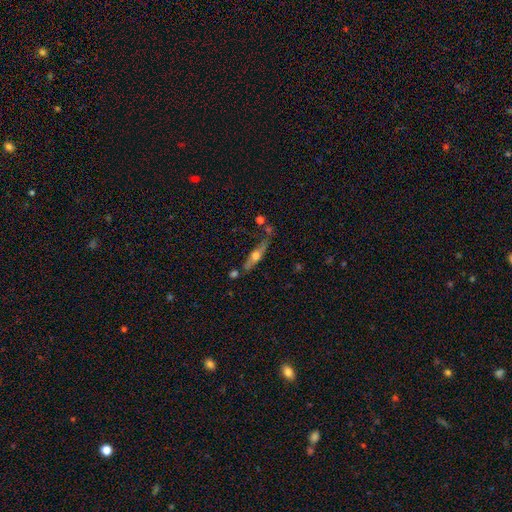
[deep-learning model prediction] smooth-or-featured: featured or disk: 56% | smooth: 37% | star or artifact: 7%
  disk-edge-on: yes: 86% | no: 14%
  merging: none: 60% | minor disturbance: 20% | merger: 12% | major disturbance: 8%